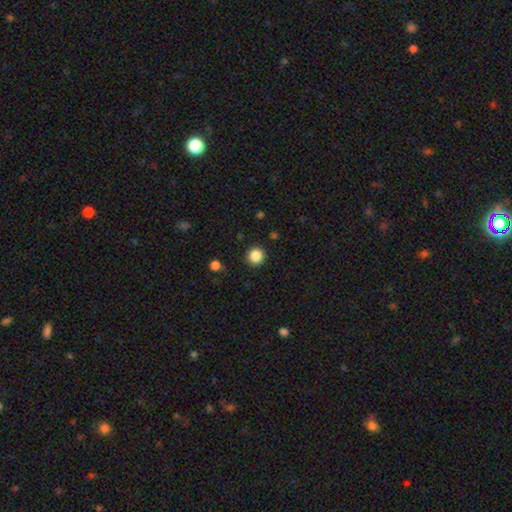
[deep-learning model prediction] Smooth or featured? smooth (86%)
How rounded? round (94%)
Merging? none (92%)